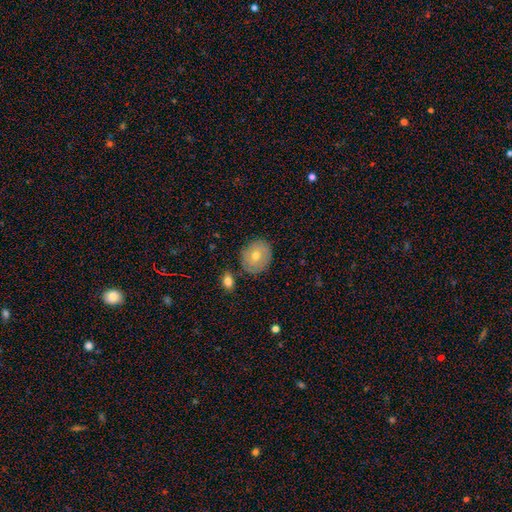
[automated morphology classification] A smooth galaxy with no disk features (60%) that is round (74%). Merging: none (82%).